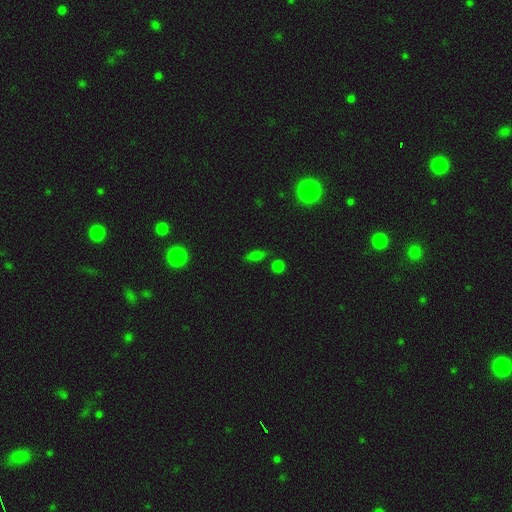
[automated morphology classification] Smooth or featured? Predicted: smooth (p=0.68). How rounded? Predicted: in between (p=0.64). Merging? Predicted: none (p=0.78).